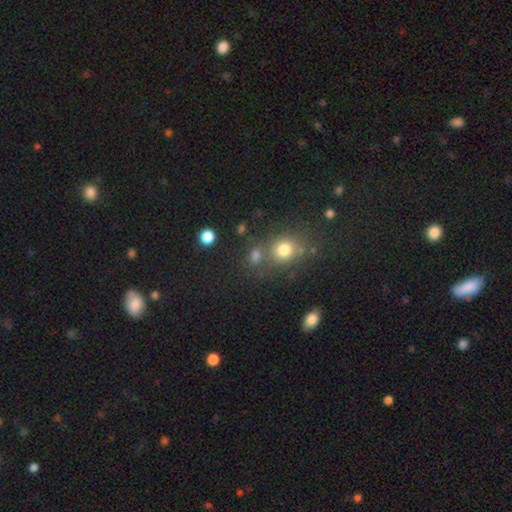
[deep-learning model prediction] Smooth or featured? Predicted: smooth (p=0.75). How rounded? Predicted: round (p=0.69). Merging? Predicted: none (p=0.62).